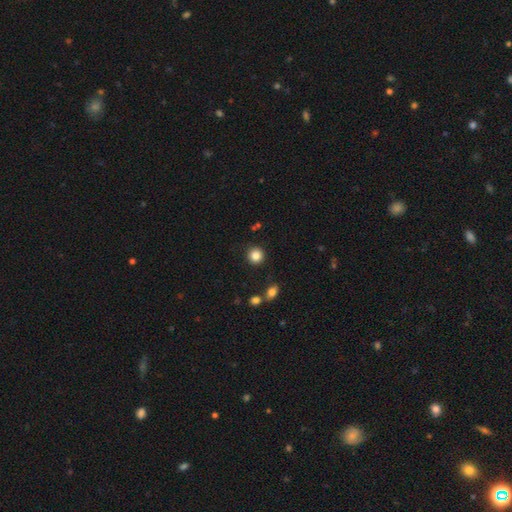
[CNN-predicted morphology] A smooth galaxy with no disk features (84%) that is round (92%). Merging: none (88%).